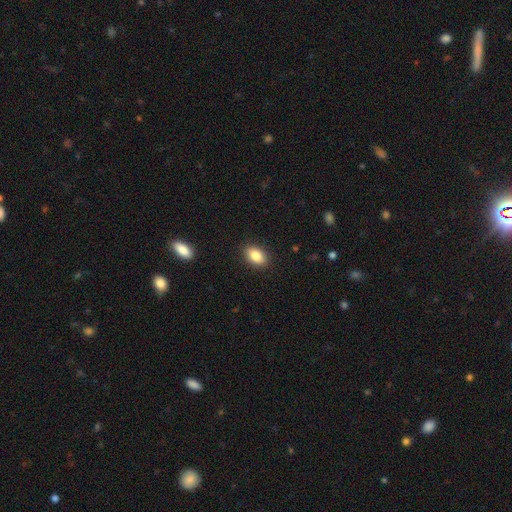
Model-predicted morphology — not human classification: The model was most divided on "how rounded": in between: 88%, round: 10%, cigar-shaped: 2%. More confident: merging — none (89%); smooth or featured — smooth (86%).